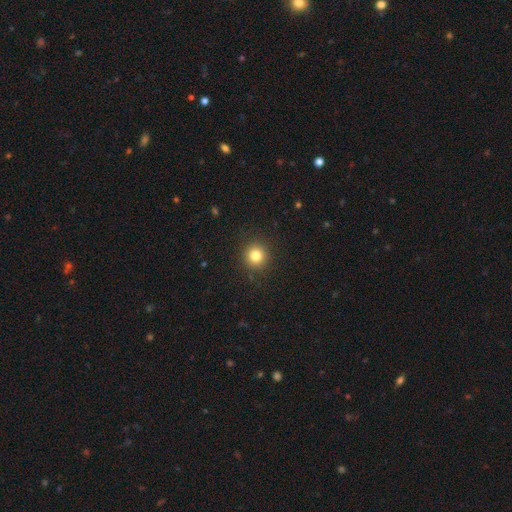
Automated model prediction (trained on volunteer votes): Q: Smooth or featured?
A: smooth (82%); runner-up: star or artifact (12%)
Q: How rounded?
A: round (94%); runner-up: in between (6%)
Q: Merging?
A: none (91%); runner-up: minor disturbance (6%)